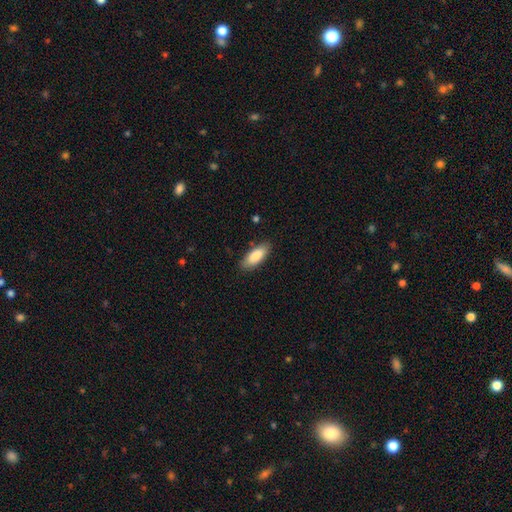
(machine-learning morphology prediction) This is clearly a smooth galaxy (86%). How rounded: likely in between (75%). Merging: clearly none (85%).